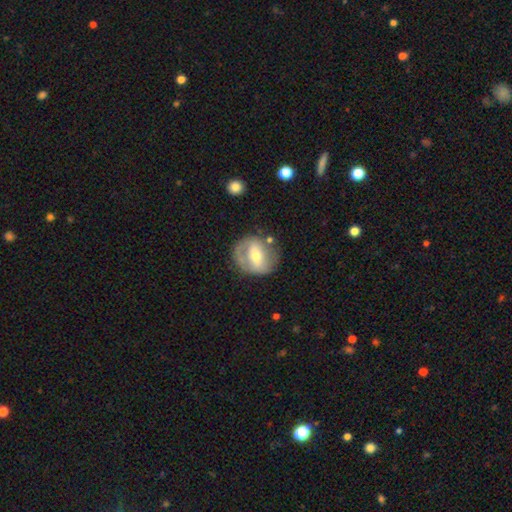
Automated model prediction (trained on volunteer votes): smooth_or_featured: featured or disk (p=0.59) [alt: smooth p=0.35]
disk_edge_on: no (p=0.94) [alt: yes p=0.06]
bar: strong (p=0.40) [alt: weak p=0.36]
has_spiral_arms: no (p=0.54) [alt: yes p=0.46]
bulge_size: moderate (p=0.63) [alt: small p=0.30]
merging: none (p=0.64) [alt: minor disturbance p=0.21]